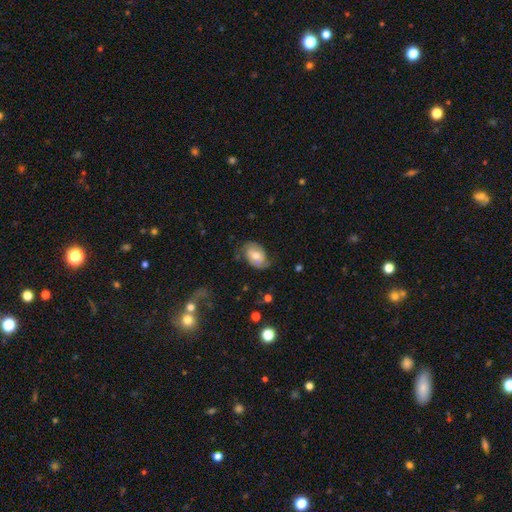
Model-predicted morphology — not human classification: type=smooth (49%); merging=none (63%).